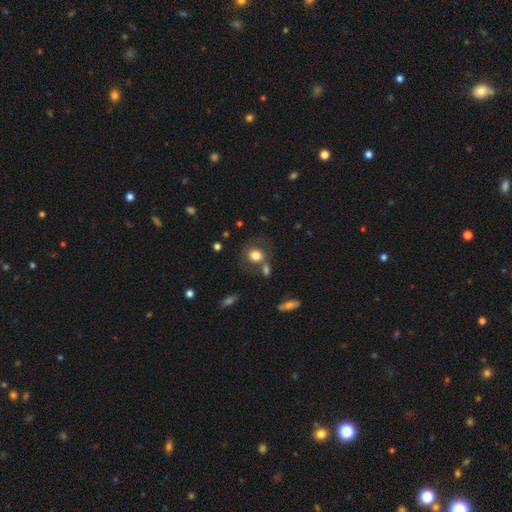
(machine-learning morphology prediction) type=smooth (76%); roundness=round (69%); merging=none (62%).